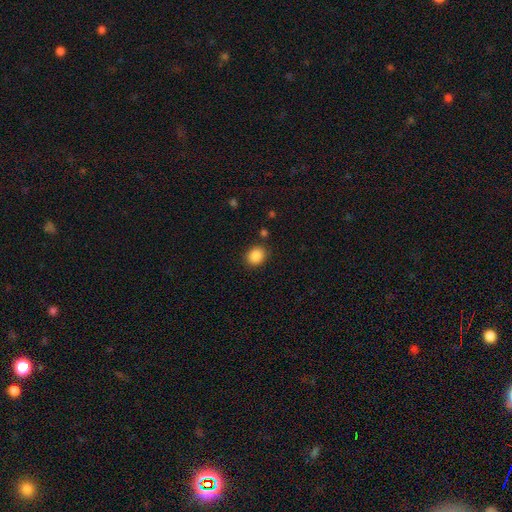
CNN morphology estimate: Overall: smooth (88%). How rounded: round (65%; in between 34%). Merging: none (86%).